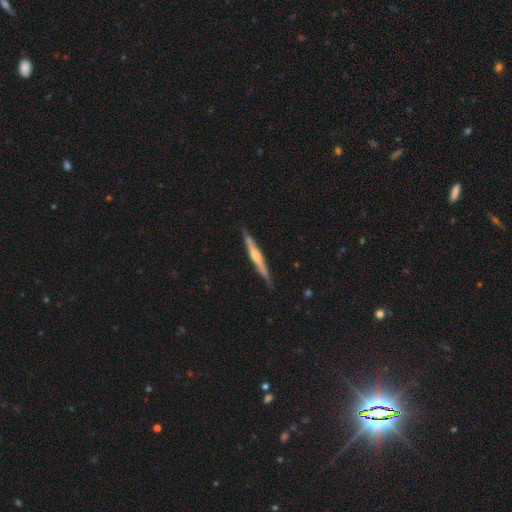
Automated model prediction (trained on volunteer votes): Overall: featured or disk (64%; smooth 31%). Edge-on disk: yes (96%). Edge-on bulge: rounded (62%; none 27%). Merging: none (83%).